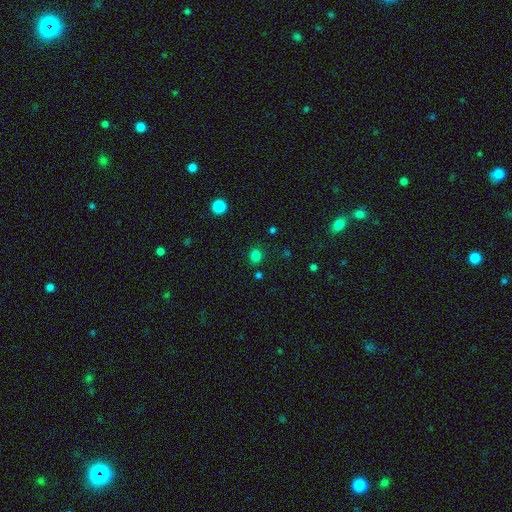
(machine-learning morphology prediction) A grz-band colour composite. It shows a smooth galaxy with no disk features (80%) that is round (76%). Merging: none (84%).